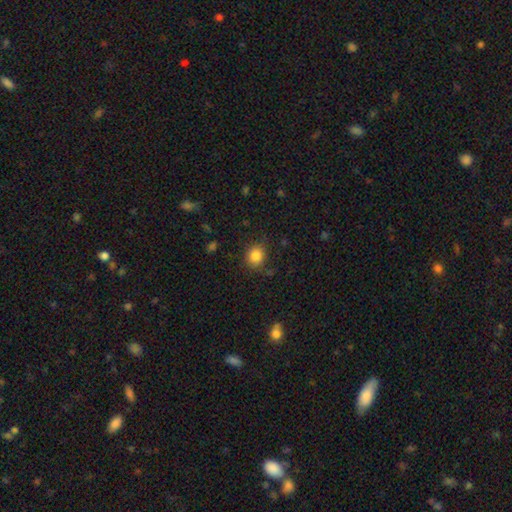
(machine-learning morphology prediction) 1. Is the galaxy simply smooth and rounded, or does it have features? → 85% smooth, 11% star or artifact, 5% featured or disk.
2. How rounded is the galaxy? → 78% round, 21% in between, 1% cigar-shaped.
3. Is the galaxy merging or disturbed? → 81% none, 14% minor disturbance, 4% major disturbance, 2% merger.